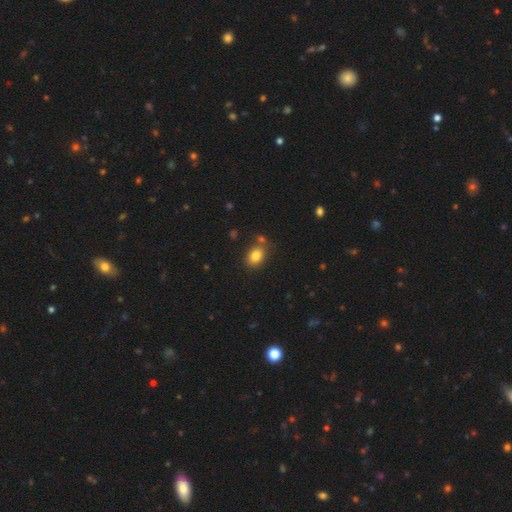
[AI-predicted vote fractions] Overall: smooth (84%). How rounded: in between (67%; round 32%). Merging: none (73%).